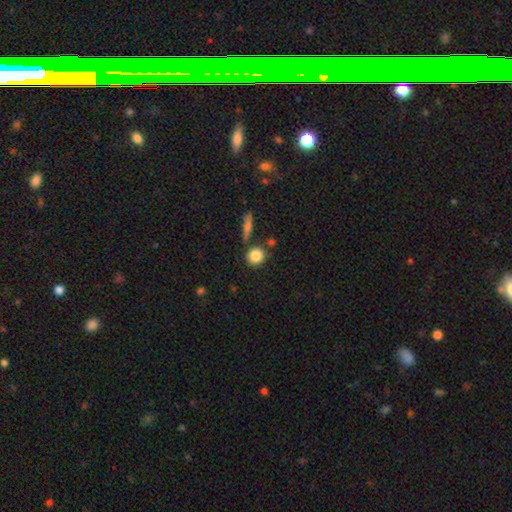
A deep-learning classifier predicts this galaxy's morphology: Smooth or featured?
  - smooth: 84% *
  - star or artifact: 9%
  - featured or disk: 7%
How rounded?
  - round: 86% *
  - in between: 12%
  - cigar-shaped: 2%
Merging?
  - none: 79% *
  - minor disturbance: 9%
  - merger: 9%
  - major disturbance: 3%